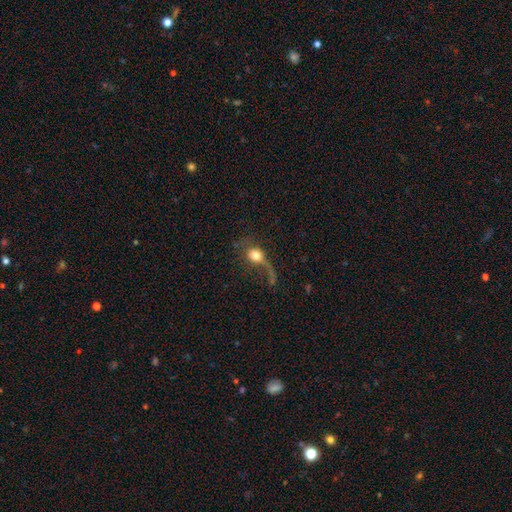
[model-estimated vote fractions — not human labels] Overall: smooth (59%; featured or disk 30%). How rounded: round (67%; in between 30%). Merging: major disturbance (52%; none 26%).